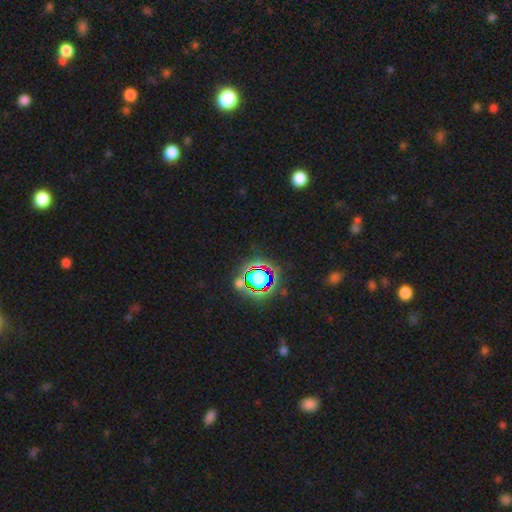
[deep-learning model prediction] Q: Smooth or featured?
A: star or artifact (79%); runner-up: smooth (13%)